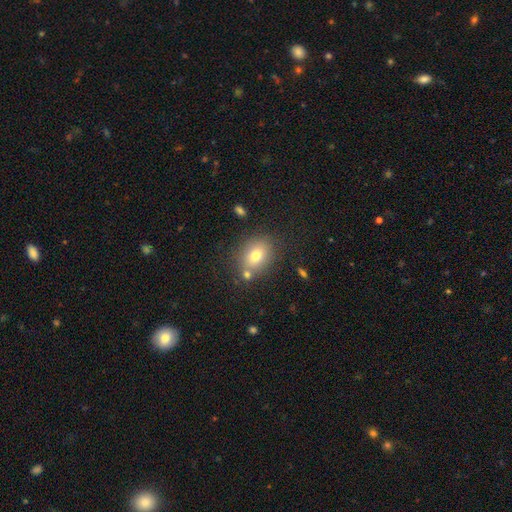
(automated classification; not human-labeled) This is likely a smooth galaxy (76%). How rounded: likely in between (61%). Merging: likely none (74%).